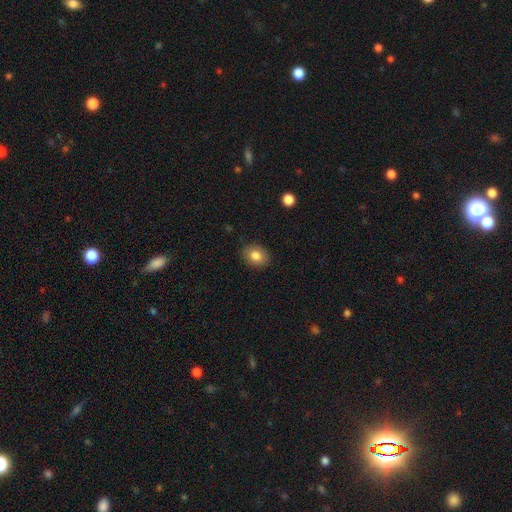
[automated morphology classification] The model was most divided on "how rounded": in between: 58%, round: 41%, cigar-shaped: 1%. More confident: merging — none (86%); smooth or featured — smooth (83%).